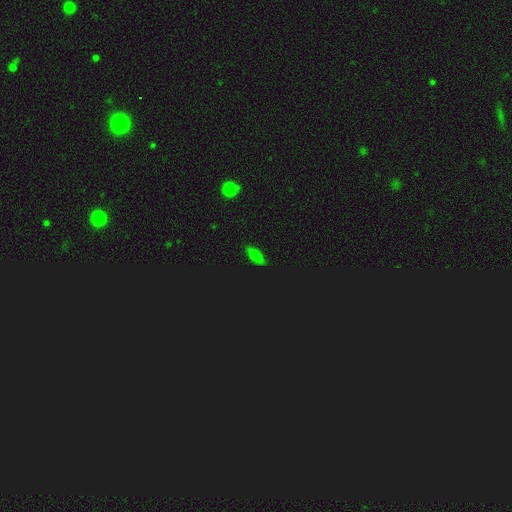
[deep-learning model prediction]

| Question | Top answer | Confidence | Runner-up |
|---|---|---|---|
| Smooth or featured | smooth | 64% | star or artifact (21%) |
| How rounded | in between | 74% | cigar-shaped (21%) |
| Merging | none | 83% | minor disturbance (13%) |